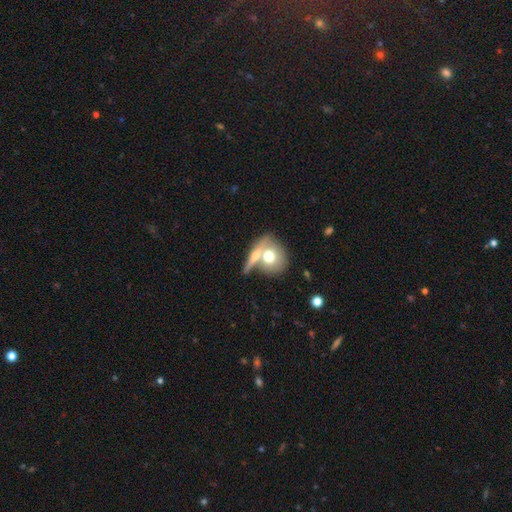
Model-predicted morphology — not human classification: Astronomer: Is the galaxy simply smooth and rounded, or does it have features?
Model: smooth — 60%.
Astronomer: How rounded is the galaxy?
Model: round — 60%.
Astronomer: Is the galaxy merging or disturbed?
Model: merger — 45% (runner-up: none, 38%).